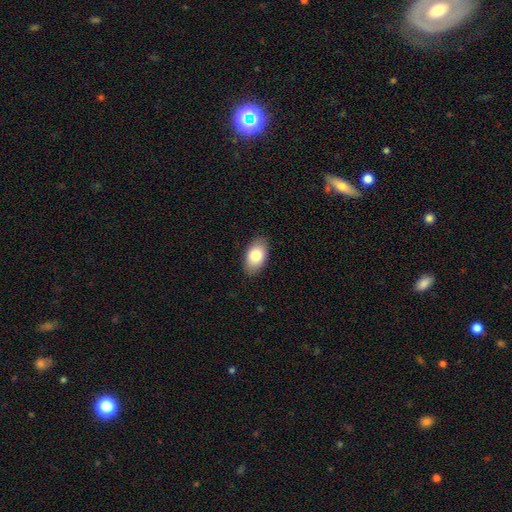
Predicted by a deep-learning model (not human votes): This is clearly a smooth galaxy (83%). How rounded: clearly in between (93%). Merging: clearly none (87%).